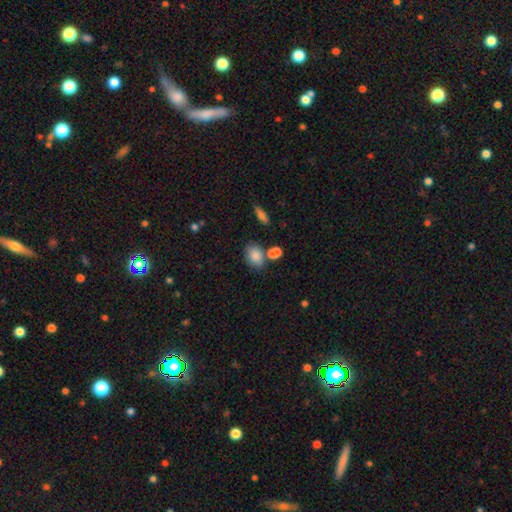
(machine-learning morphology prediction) Smooth or featured? Predicted: smooth (p=0.83). How rounded? Predicted: in between (p=0.77). Merging? Predicted: none (p=0.66).